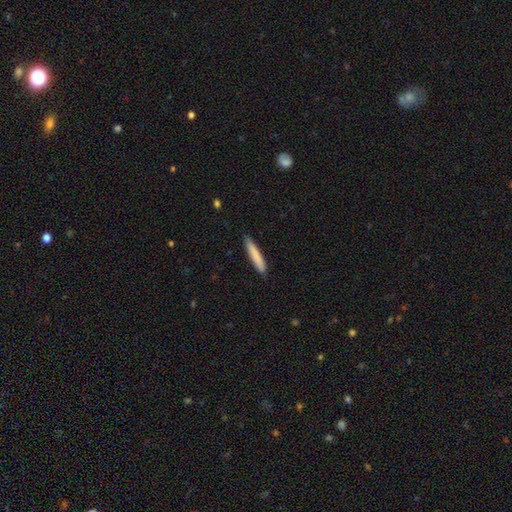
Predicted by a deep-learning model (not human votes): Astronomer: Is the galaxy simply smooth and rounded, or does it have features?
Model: smooth — 82%.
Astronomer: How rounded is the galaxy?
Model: cigar-shaped — 93%.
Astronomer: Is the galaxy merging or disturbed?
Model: none — 89%.